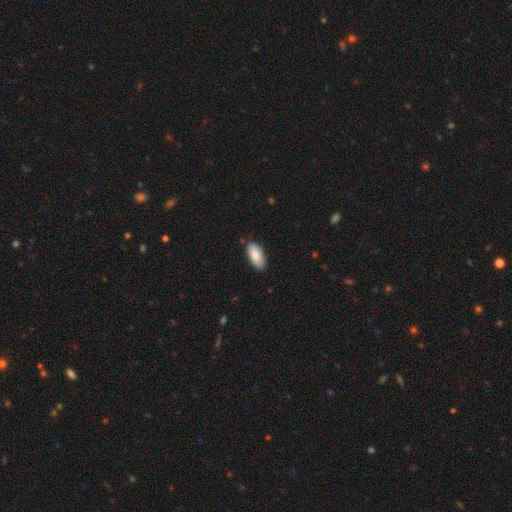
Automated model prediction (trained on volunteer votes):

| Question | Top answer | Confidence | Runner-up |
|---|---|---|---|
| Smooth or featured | smooth | 85% | featured or disk (9%) |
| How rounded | in between | 91% | cigar-shaped (7%) |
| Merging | none | 83% | minor disturbance (13%) |